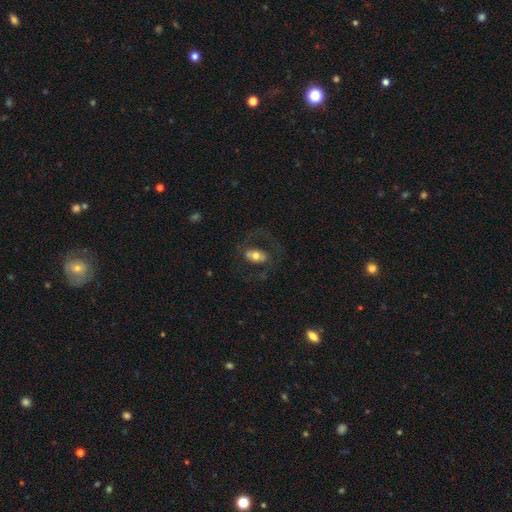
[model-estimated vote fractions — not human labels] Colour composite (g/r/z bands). It shows a smooth galaxy with no disk features (46%). Merging: none (59%).